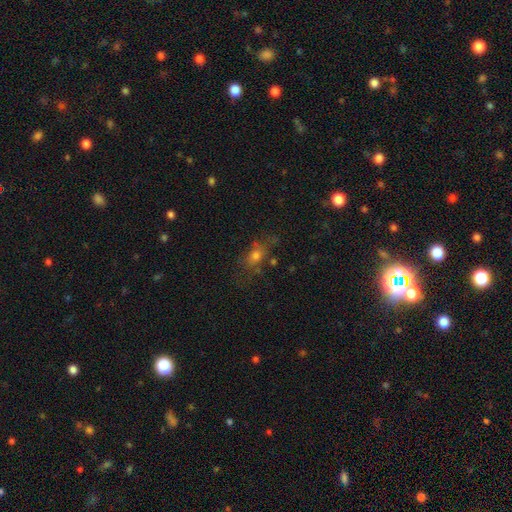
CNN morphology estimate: smooth_or_featured: smooth (p=0.60) [alt: featured or disk p=0.20]
how_rounded: in between (p=0.60) [alt: round p=0.33]
merging: none (p=0.57) [alt: minor disturbance p=0.22]